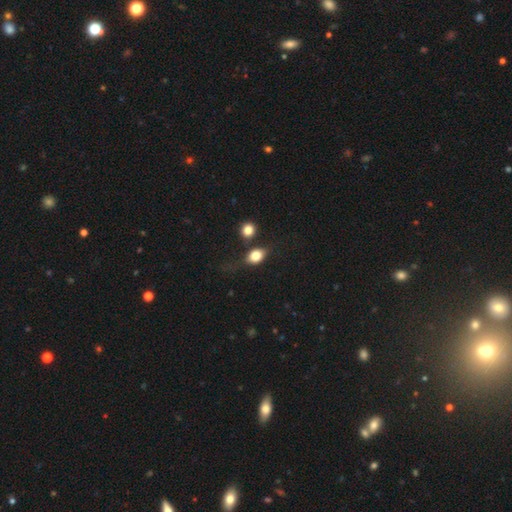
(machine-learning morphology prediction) Smooth or featured?
  - smooth: 80% *
  - featured or disk: 11%
  - star or artifact: 9%
How rounded?
  - in between: 66% *
  - round: 31%
  - cigar-shaped: 3%
Merging?
  - none: 59% *
  - minor disturbance: 19%
  - merger: 13%
  - major disturbance: 9%